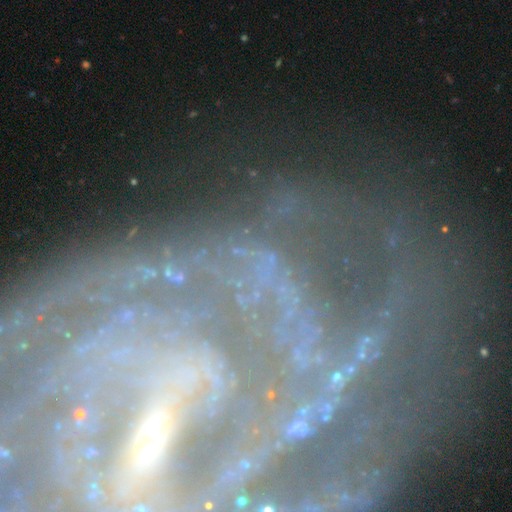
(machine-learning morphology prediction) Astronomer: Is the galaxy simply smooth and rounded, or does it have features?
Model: featured or disk — 49% (runner-up: star or artifact, 37%).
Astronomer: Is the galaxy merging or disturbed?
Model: none — 67%.